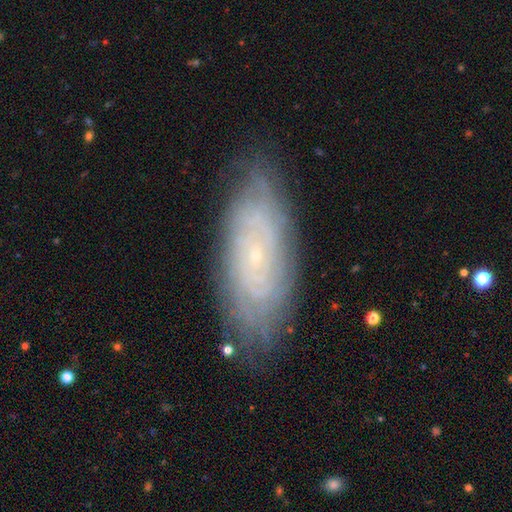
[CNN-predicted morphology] A featured or disk galaxy (72%) with no bar (82%), tight (78%) spiral arms (85%) and a small central bulge (89%).

Vote fractions:
- Smooth or featured? featured or disk: 72% / smooth: 20% / star or artifact: 8%
- Edge-on disk? no: 89% / yes: 11%
- Bar? no: 82% / weak: 15% / strong: 3%
- Spiral arms? yes: 85% / no: 15%
- Spiral winding? tight: 78% / medium: 17% / loose: 5%
- Spiral arm count? can't tell: 61% / 4: 10% / 2: 9% / more than 4: 9% / 3: 7% / 1: 5%
- Bulge size? small: 89% / moderate: 7% / none: 2% / large: 1% / dominant: 1%
- Merging? none: 81% / minor disturbance: 14% / major disturbance: 3% / merger: 1%